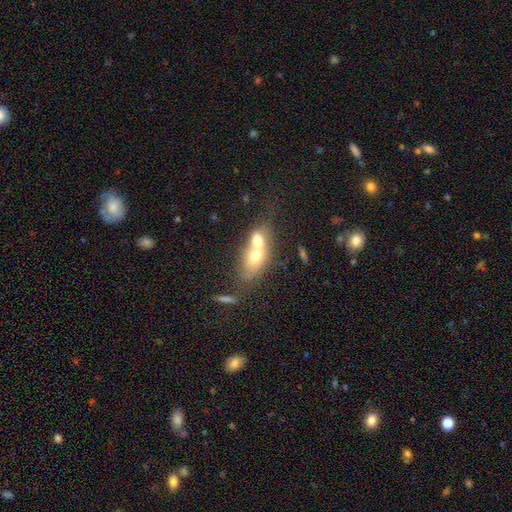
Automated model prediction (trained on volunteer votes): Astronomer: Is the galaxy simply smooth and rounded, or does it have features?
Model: smooth — 62%.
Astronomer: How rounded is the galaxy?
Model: in between — 67%.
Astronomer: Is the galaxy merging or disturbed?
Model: merger — 74%.